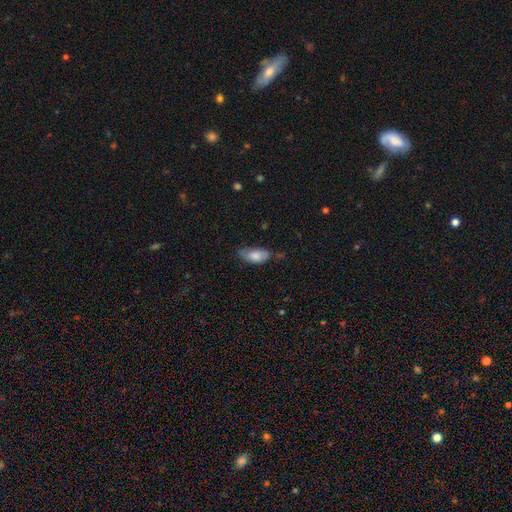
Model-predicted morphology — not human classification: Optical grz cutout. It shows a smooth galaxy with no disk features (75%) that is in between round and cigar-shaped (89%). Merging: none (55%).